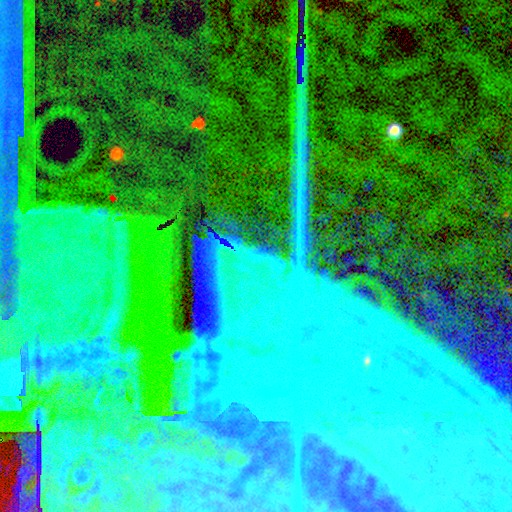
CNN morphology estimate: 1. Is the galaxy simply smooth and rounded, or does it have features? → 85% star or artifact, 8% featured or disk, 7% smooth.